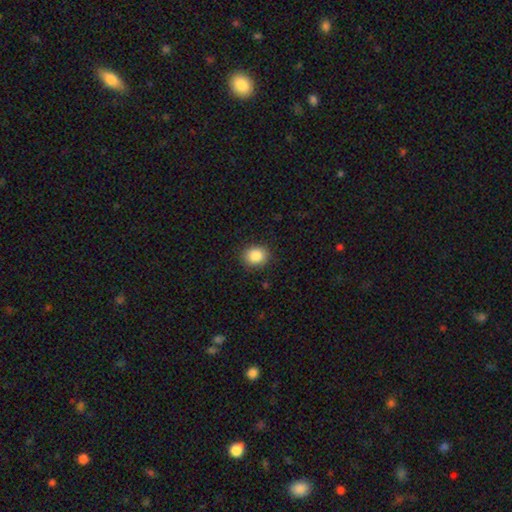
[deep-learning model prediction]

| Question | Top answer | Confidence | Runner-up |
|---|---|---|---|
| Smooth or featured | smooth | 86% | star or artifact (9%) |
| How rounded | round | 67% | in between (32%) |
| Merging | none | 88% | minor disturbance (8%) |